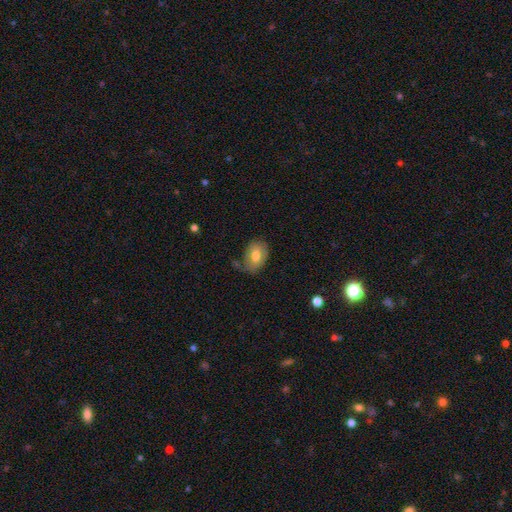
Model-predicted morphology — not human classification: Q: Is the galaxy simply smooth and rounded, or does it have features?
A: smooth — 69%.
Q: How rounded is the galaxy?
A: in between — 81%.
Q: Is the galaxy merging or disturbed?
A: none — 55%.